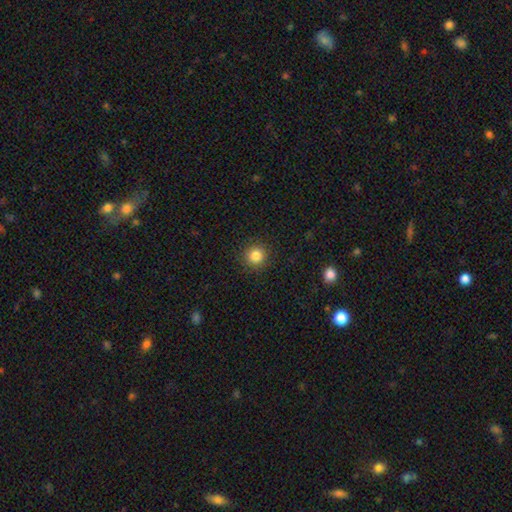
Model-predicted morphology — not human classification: A smooth galaxy with no disk features (84%) that is round (94%). Merging: none (91%).